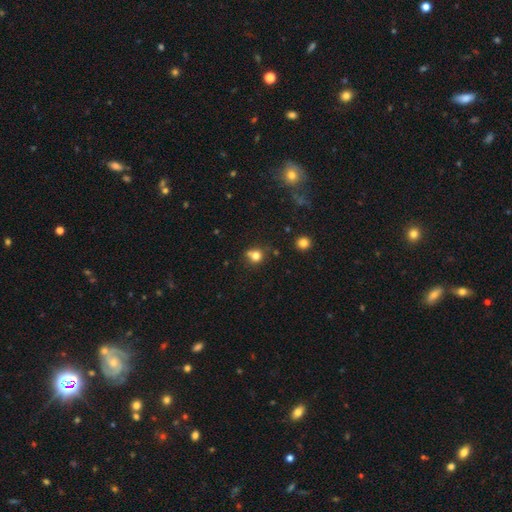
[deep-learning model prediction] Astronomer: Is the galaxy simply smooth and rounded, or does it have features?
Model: smooth — 76%.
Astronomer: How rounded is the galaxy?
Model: round — 79%.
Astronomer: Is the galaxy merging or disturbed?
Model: none — 57%.